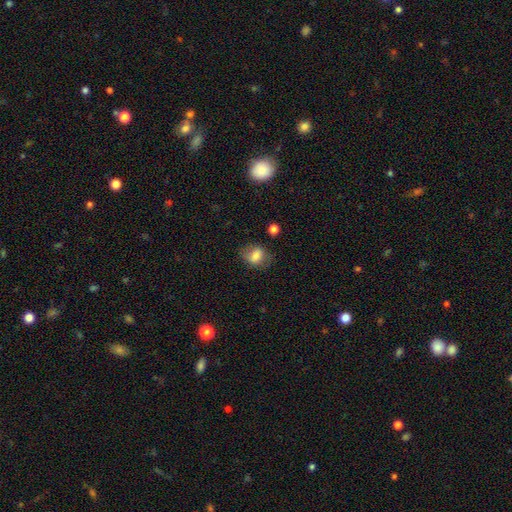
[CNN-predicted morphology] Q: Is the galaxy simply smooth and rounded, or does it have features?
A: smooth — 75%.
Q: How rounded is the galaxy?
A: in between — 66%.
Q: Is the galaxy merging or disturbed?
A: none — 66%.